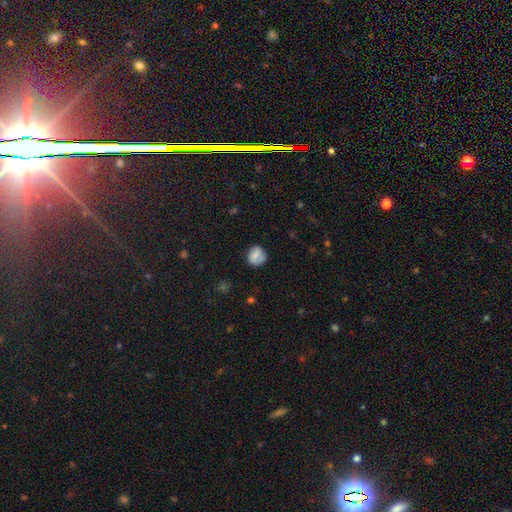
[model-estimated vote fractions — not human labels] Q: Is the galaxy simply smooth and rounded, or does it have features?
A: smooth — 76%.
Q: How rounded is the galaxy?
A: round — 80%.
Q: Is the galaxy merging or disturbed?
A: none — 70%.